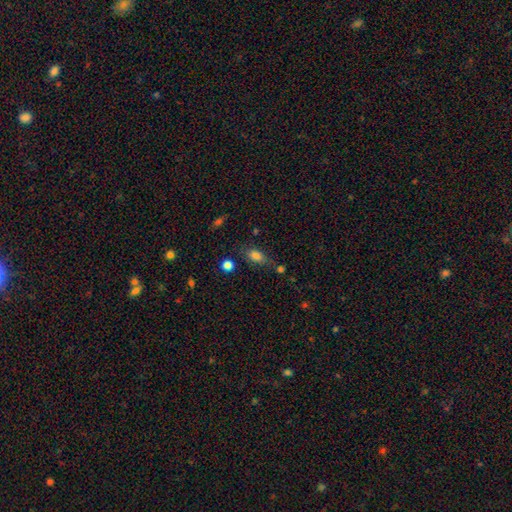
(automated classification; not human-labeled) Smooth or featured? smooth (81%)
How rounded? in between (82%)
Merging? none (65%)